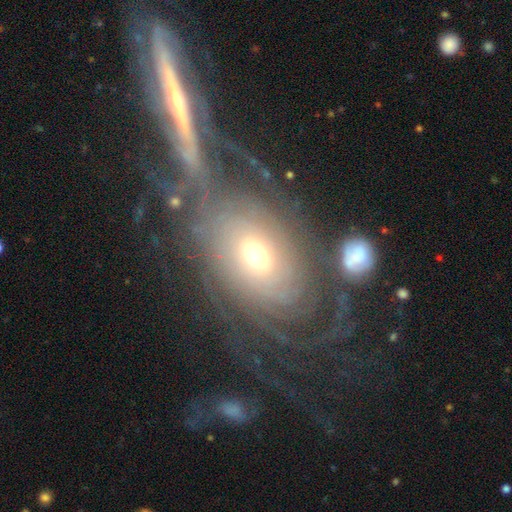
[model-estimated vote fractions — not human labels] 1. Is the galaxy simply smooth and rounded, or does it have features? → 76% featured or disk, 14% smooth, 10% star or artifact.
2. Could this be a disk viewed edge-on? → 92% no, 8% yes.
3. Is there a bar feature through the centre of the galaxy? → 77% no, 15% weak, 7% strong.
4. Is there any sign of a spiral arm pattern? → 85% yes, 15% no.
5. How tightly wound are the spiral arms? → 69% tight, 21% medium, 10% loose.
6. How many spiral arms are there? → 47% can't tell, 14% 2, 12% more than 4, 11% 3, 10% 4, 6% 1.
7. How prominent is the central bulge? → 57% moderate, 32% small, 8% large, 2% dominant, 1% none.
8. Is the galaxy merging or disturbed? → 48% none, 20% merger, 17% major disturbance, 15% minor disturbance.